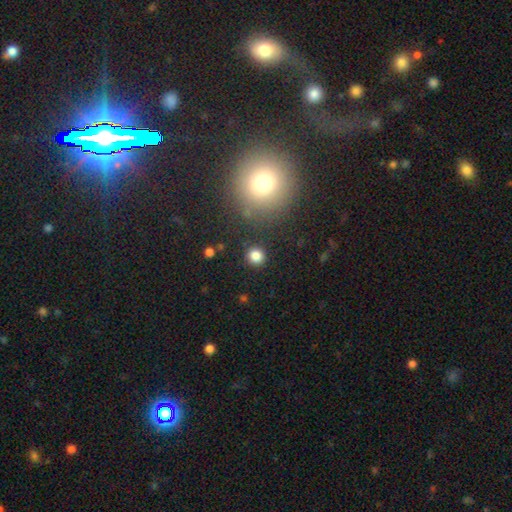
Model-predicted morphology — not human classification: smooth 83%, star or artifact 12%, featured or disk 4%. Down the decision tree: how rounded — round (91%); merging — none (90%).